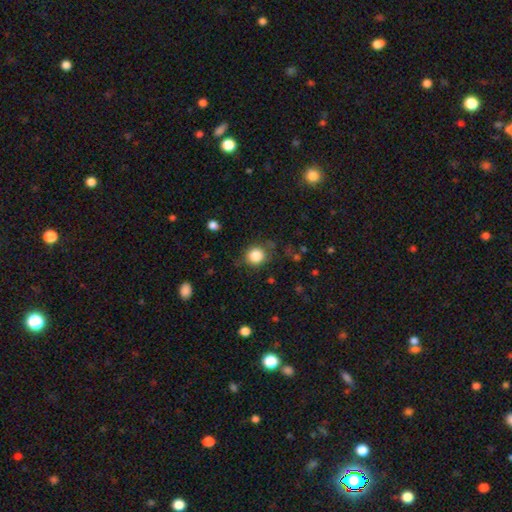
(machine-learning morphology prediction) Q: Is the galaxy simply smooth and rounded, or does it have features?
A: smooth — 85%.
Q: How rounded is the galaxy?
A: round — 84%.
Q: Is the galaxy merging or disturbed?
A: none — 76%.